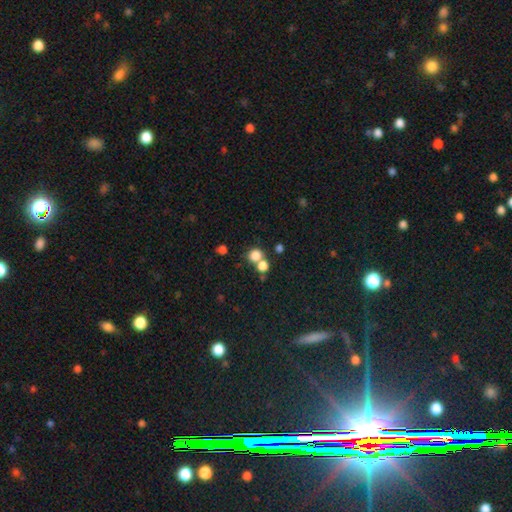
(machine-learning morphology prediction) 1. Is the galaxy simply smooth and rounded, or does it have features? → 78% smooth, 14% star or artifact, 8% featured or disk.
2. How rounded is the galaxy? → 80% round, 19% in between, 1% cigar-shaped.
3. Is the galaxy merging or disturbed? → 47% none, 41% merger, 7% minor disturbance, 4% major disturbance.